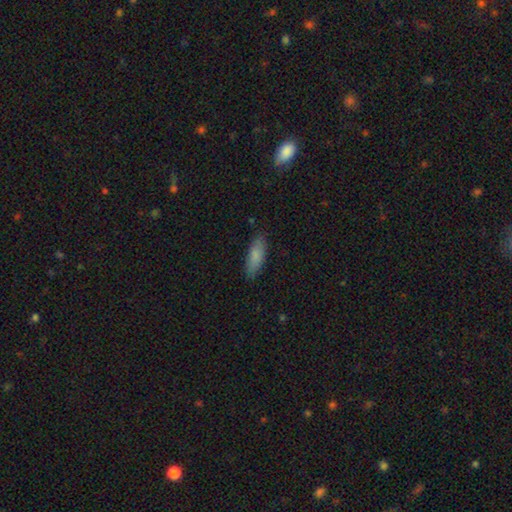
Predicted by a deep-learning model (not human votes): Q: Smooth or featured?
A: smooth (83%); runner-up: featured or disk (10%)
Q: How rounded?
A: in between (59%); runner-up: cigar-shaped (39%)
Q: Merging?
A: none (85%); runner-up: minor disturbance (12%)